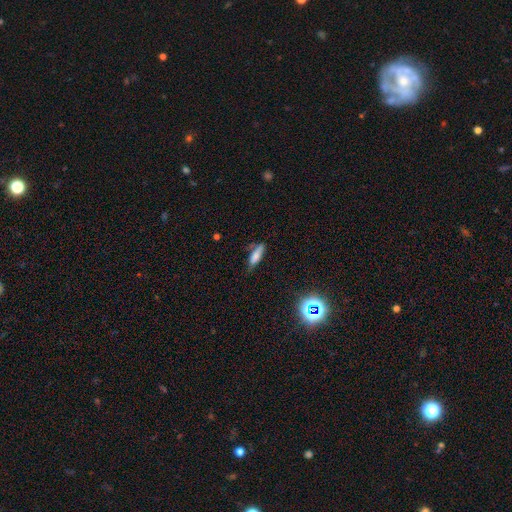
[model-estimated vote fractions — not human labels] smooth-or-featured: smooth: 70% | featured or disk: 18% | star or artifact: 11%
  how-rounded: cigar-shaped: 53% | in between: 44% | round: 3%
  merging: none: 61% | minor disturbance: 28% | major disturbance: 7% | merger: 4%